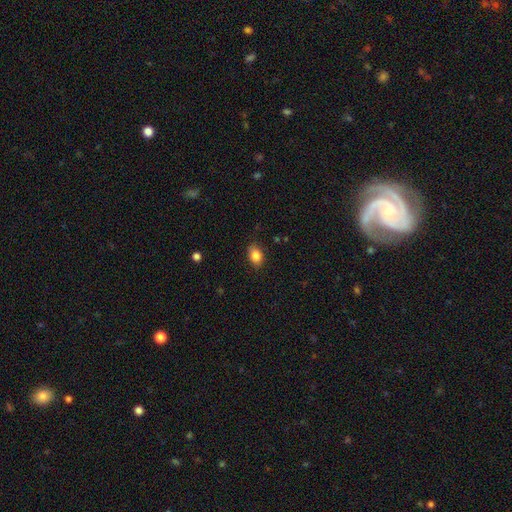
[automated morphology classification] smooth 85%, star or artifact 9%, featured or disk 6%. Down the decision tree: how rounded — in between (80%); merging — none (83%).